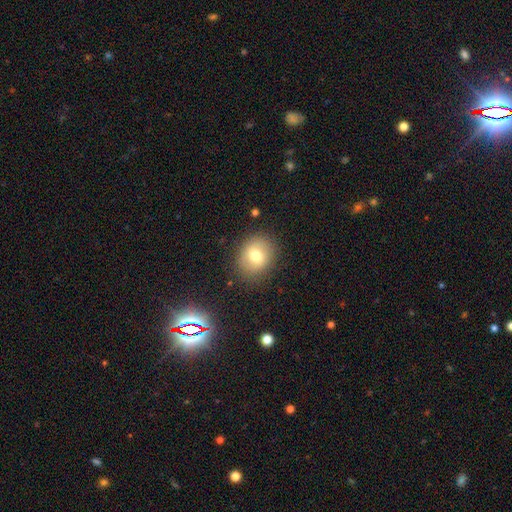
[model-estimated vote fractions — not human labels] Q: Smooth or featured?
A: smooth (74%); runner-up: featured or disk (16%)
Q: How rounded?
A: round (66%); runner-up: in between (33%)
Q: Merging?
A: none (84%); runner-up: minor disturbance (11%)